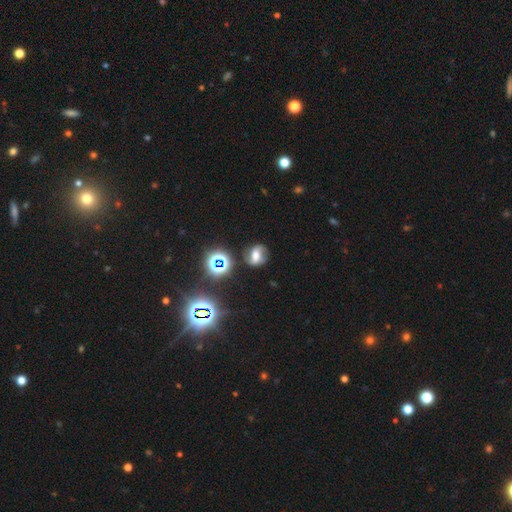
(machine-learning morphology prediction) Smooth or featured: featured or disk — 49% (smooth — 30%)
Merging: none — 74% (minor disturbance — 16%)